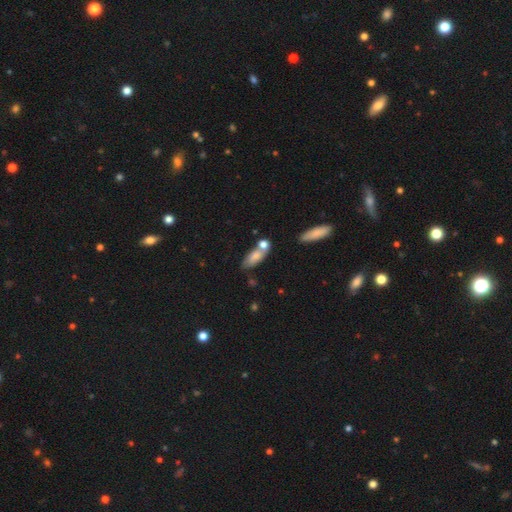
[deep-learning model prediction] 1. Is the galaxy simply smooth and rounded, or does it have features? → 74% smooth, 17% featured or disk, 8% star or artifact.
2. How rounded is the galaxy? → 67% in between, 28% cigar-shaped, 5% round.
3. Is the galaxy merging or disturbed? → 51% none, 26% merger, 17% minor disturbance, 6% major disturbance.